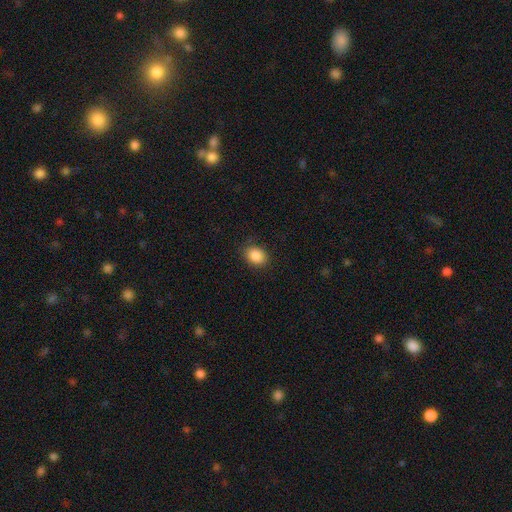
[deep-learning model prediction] A smooth galaxy with no disk features (88%) that is in between round and cigar-shaped (61%).

Vote fractions:
- Smooth or featured? smooth: 88% / star or artifact: 9% / featured or disk: 4%
- How rounded? in between: 61% / round: 38% / cigar-shaped: 1%
- Merging? none: 86% / minor disturbance: 10% / major disturbance: 3% / merger: 1%